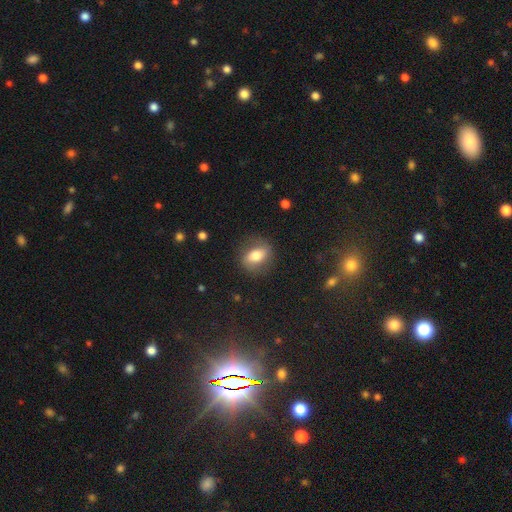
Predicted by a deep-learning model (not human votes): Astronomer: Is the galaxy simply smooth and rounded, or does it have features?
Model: smooth — 53% (runner-up: featured or disk, 37%).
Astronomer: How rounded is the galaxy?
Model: in between — 66%.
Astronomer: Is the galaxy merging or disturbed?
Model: none — 77%.